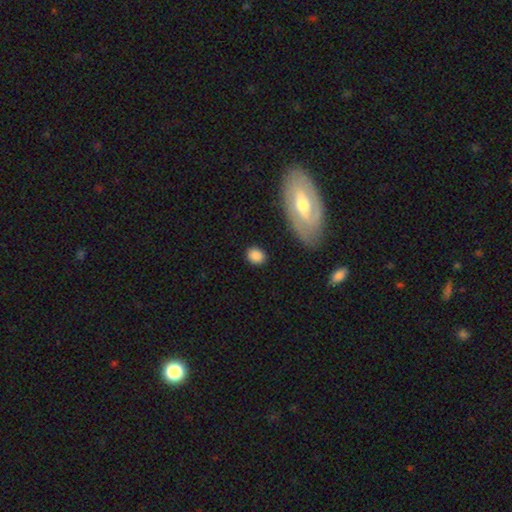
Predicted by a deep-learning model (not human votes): The model was most divided on "how rounded": round: 52%, in between: 45%, cigar-shaped: 2%. More confident: smooth or featured — smooth (85%); merging — none (84%).